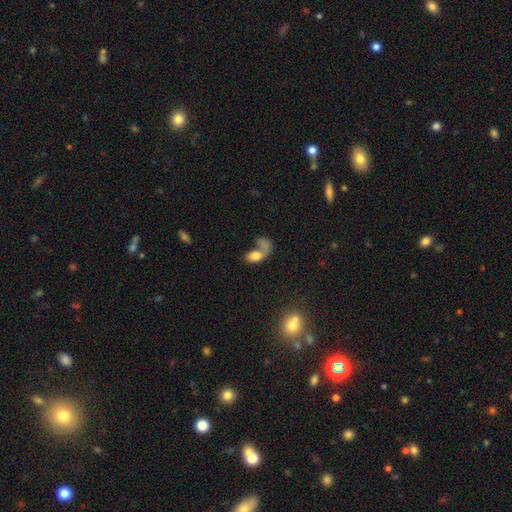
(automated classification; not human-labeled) smooth 68%, featured or disk 21%, star or artifact 11%. Down the decision tree: how rounded — in between (85%); merging — merger (47%).